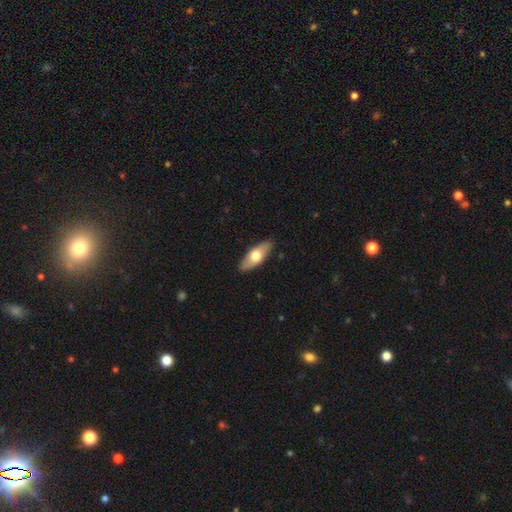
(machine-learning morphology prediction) This appears to be a smooth galaxy with no disk features (62%) that is in between round and cigar-shaped (71%). Merging: none (88%).